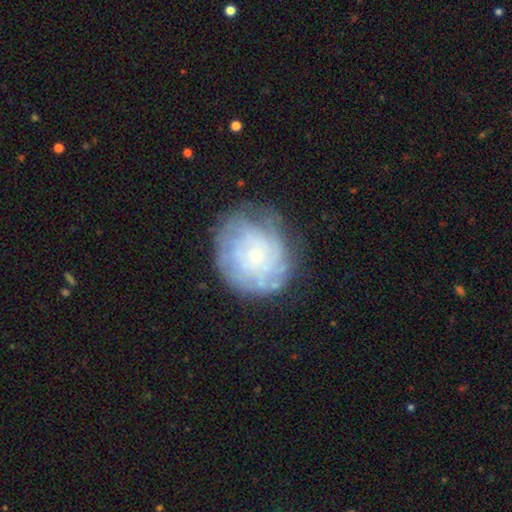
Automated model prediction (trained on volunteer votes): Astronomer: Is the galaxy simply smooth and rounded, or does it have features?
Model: featured or disk — 61%.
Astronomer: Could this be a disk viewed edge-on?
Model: no — 97%.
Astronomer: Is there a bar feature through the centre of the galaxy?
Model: no — 83%.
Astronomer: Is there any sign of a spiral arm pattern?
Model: yes — 70%.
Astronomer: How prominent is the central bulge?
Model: small — 67%.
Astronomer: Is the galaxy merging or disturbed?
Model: none — 68%.